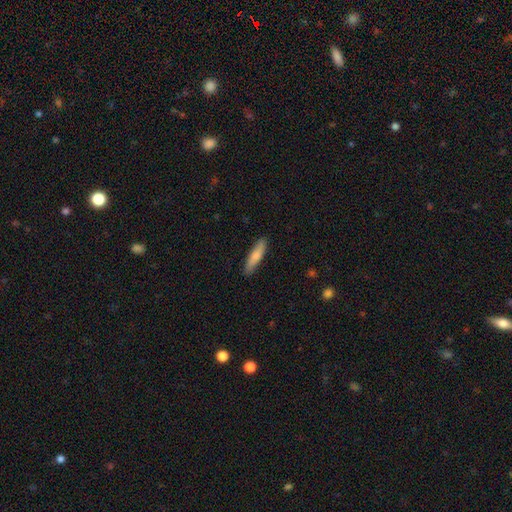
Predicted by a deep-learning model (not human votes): This is likely a smooth galaxy (76%). How rounded: likely cigar-shaped (80%). Merging: clearly none (88%).